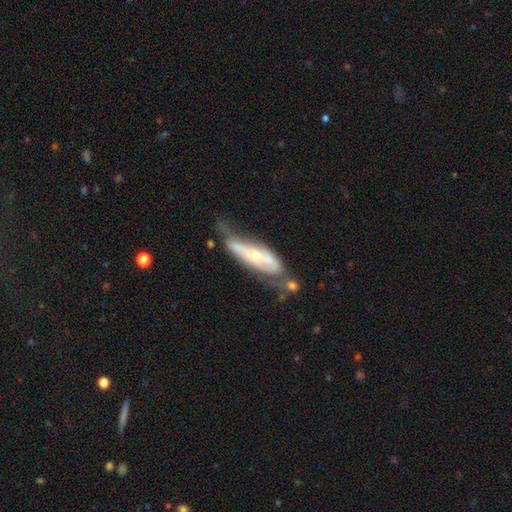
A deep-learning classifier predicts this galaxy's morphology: A featured or disk galaxy (64%). Merging: none (34%).